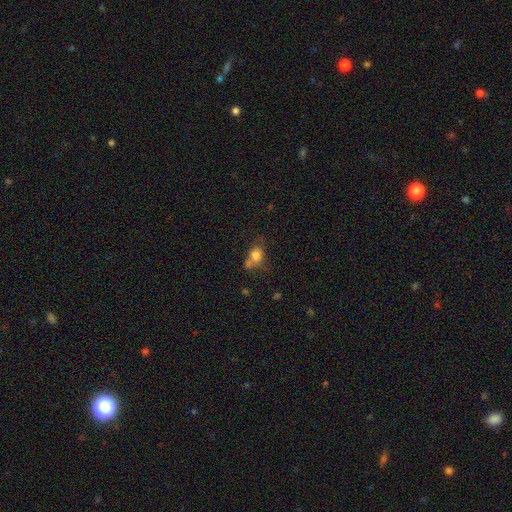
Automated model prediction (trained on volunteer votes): smooth_or_featured: smooth (p=0.75) [alt: featured or disk p=0.14]
how_rounded: in between (p=0.62) [alt: round p=0.36]
merging: none (p=0.35) [alt: merger p=0.29]